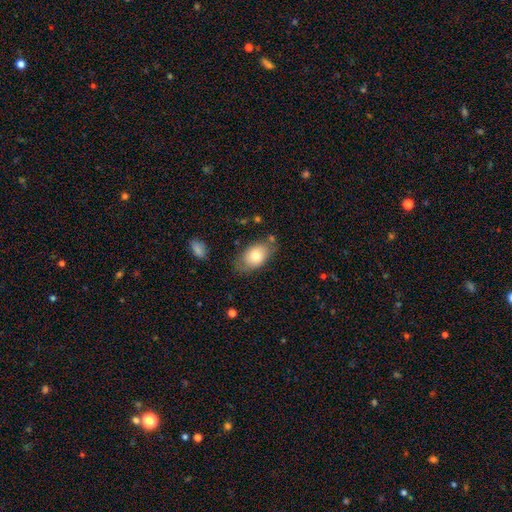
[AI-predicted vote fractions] smooth_or_featured: smooth (p=0.75) [alt: featured or disk p=0.18]
how_rounded: in between (p=0.88) [alt: round p=0.10]
merging: none (p=0.69) [alt: minor disturbance p=0.21]